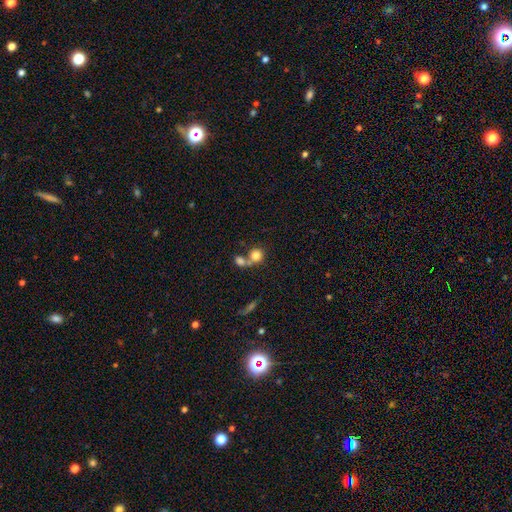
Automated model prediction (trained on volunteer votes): A smooth galaxy with no disk features (80%) that is round (83%).

Vote fractions:
- Smooth or featured? smooth: 80% / star or artifact: 10% / featured or disk: 10%
- How rounded? round: 83% / in between: 16% / cigar-shaped: 1%
- Merging? merger: 47% / none: 41% / minor disturbance: 8% / major disturbance: 5%